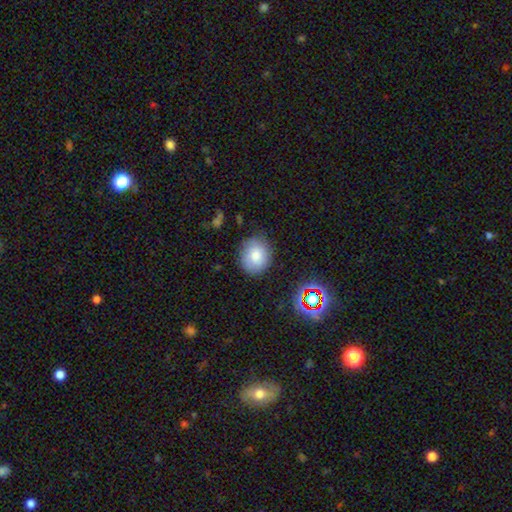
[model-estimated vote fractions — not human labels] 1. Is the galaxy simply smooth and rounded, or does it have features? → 81% smooth, 10% star or artifact, 9% featured or disk.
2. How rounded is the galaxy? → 65% round, 34% in between, 1% cigar-shaped.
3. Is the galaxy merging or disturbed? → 77% none, 17% minor disturbance, 4% major disturbance, 2% merger.